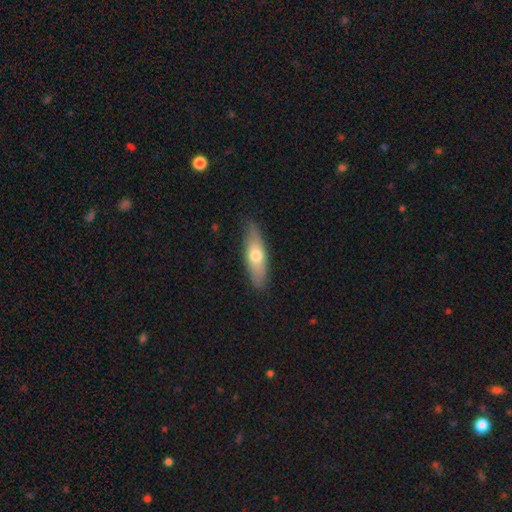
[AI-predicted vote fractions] smooth-or-featured: smooth: 62% | featured or disk: 33% | star or artifact: 6%
  how-rounded: cigar-shaped: 50% | in between: 48% | round: 3%
  merging: none: 82% | minor disturbance: 14% | major disturbance: 3% | merger: 1%